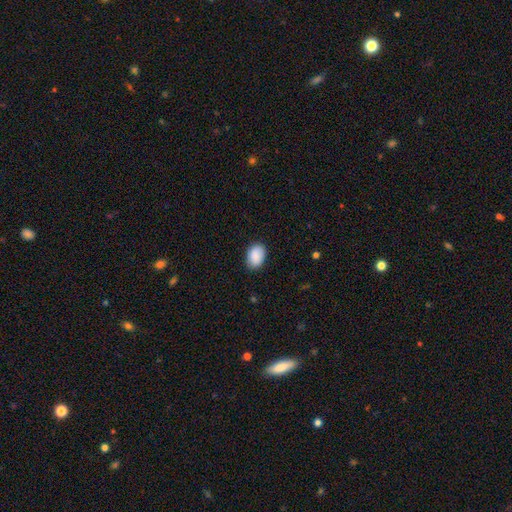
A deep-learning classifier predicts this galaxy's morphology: Overall: smooth (90%). How rounded: in between (84%). Merging: none (83%).